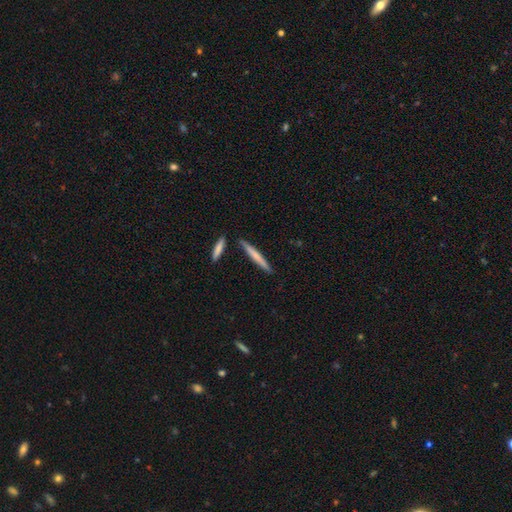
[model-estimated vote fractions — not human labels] A smooth galaxy with no disk features (61%) that is cigar-shaped (96%).

Vote fractions:
- Smooth or featured? smooth: 61% / featured or disk: 34% / star or artifact: 5%
- How rounded? cigar-shaped: 96% / in between: 3% / round: 1%
- Merging? none: 84% / minor disturbance: 8% / merger: 6% / major disturbance: 2%